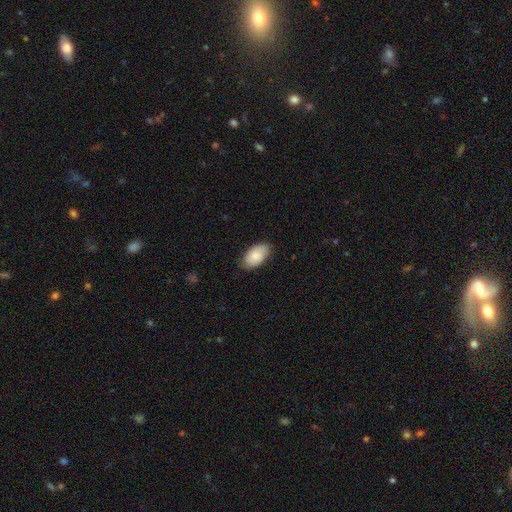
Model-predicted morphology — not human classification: A smooth galaxy with no disk features (87%) that is in between round and cigar-shaped (96%).

Vote fractions:
- Smooth or featured? smooth: 87% / featured or disk: 7% / star or artifact: 6%
- How rounded? in between: 96% / round: 3% / cigar-shaped: 2%
- Merging? none: 84% / minor disturbance: 13% / major disturbance: 2% / merger: 1%